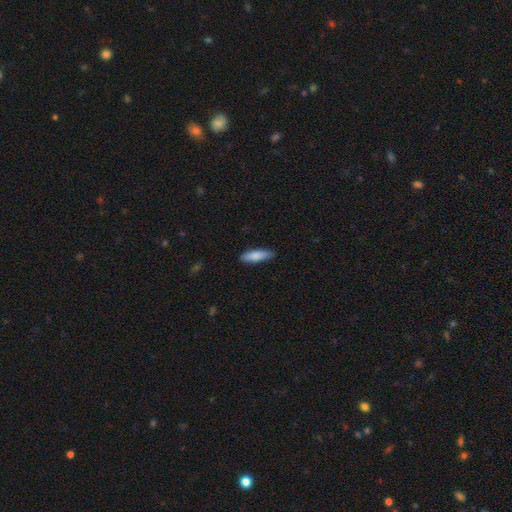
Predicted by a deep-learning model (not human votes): Q: Smooth or featured?
A: smooth (84%); runner-up: featured or disk (11%)
Q: How rounded?
A: cigar-shaped (62%); runner-up: in between (36%)
Q: Merging?
A: none (86%); runner-up: minor disturbance (11%)